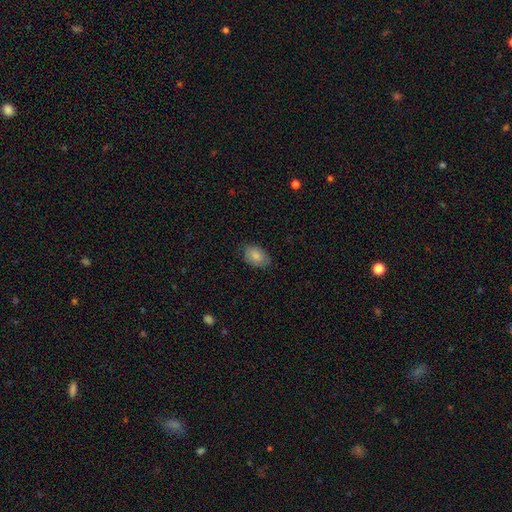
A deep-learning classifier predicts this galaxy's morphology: The model was most divided on "merging": none: 79%, minor disturbance: 17%, major disturbance: 3%, merger: 1%. More confident: how rounded — in between (86%); smooth or featured — smooth (84%).